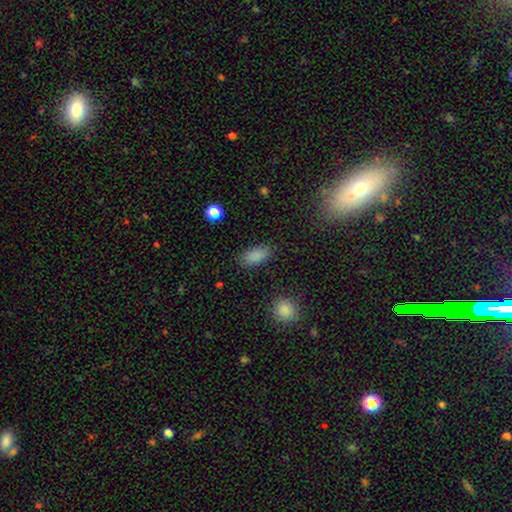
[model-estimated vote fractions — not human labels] This is clearly a smooth galaxy (86%). How rounded: clearly in between (90%). Merging: clearly none (83%).